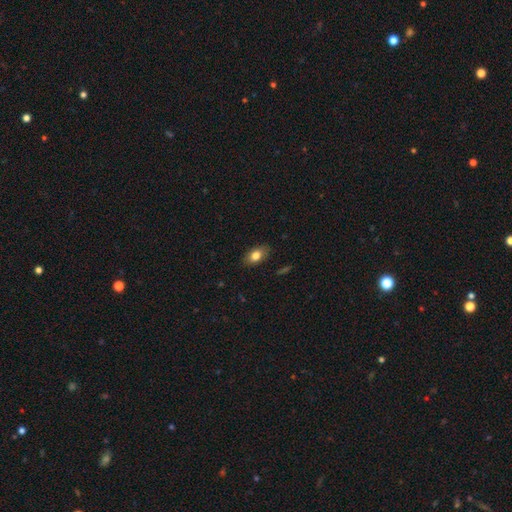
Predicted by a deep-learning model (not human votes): A smooth galaxy with no disk features (80%) that is in between round and cigar-shaped (87%).

Vote fractions:
- Smooth or featured? smooth: 80% / featured or disk: 12% / star or artifact: 8%
- How rounded? in between: 87% / round: 10% / cigar-shaped: 3%
- Merging? none: 85% / minor disturbance: 12% / major disturbance: 2% / merger: 1%